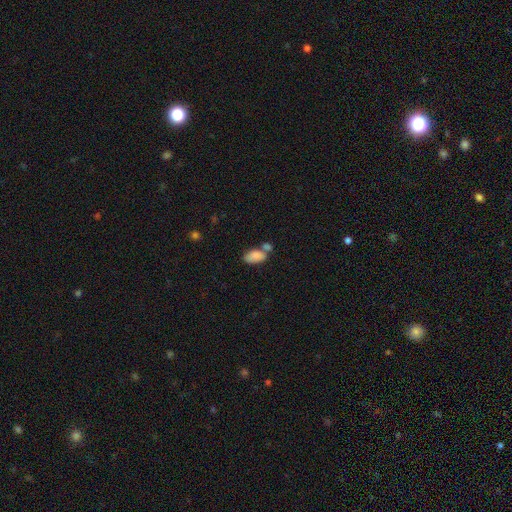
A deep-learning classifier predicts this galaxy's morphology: smooth-or-featured: smooth: 85% | featured or disk: 8% | star or artifact: 7%
  how-rounded: in between: 93% | round: 4% | cigar-shaped: 3%
  merging: none: 42% | merger: 39% | minor disturbance: 14% | major disturbance: 5%